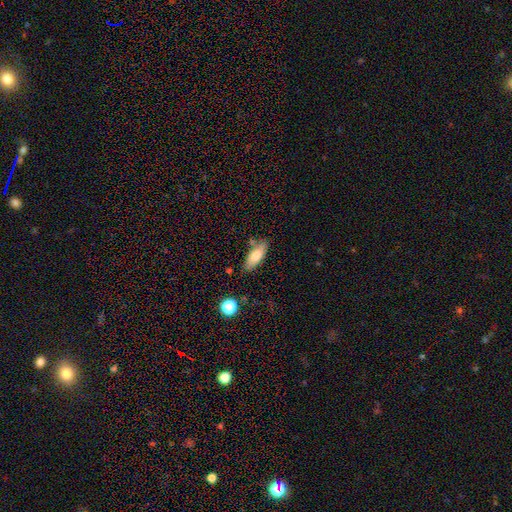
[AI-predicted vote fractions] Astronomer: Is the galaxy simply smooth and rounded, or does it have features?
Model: smooth — 78%.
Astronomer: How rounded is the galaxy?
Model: in between — 70%.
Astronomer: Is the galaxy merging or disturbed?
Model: none — 76%.